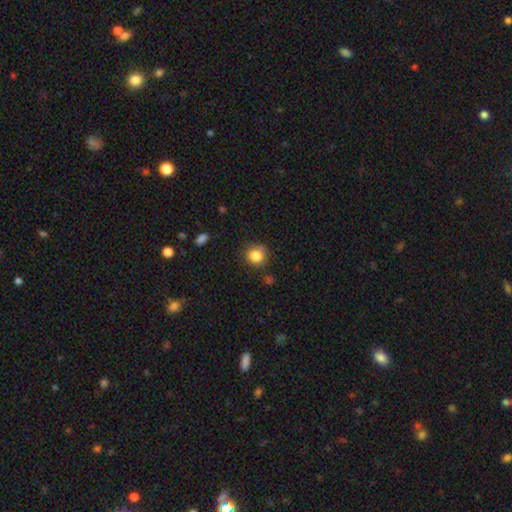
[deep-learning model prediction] This appears to be a smooth galaxy with no disk features (84%) that is round (86%). Merging: none (77%).